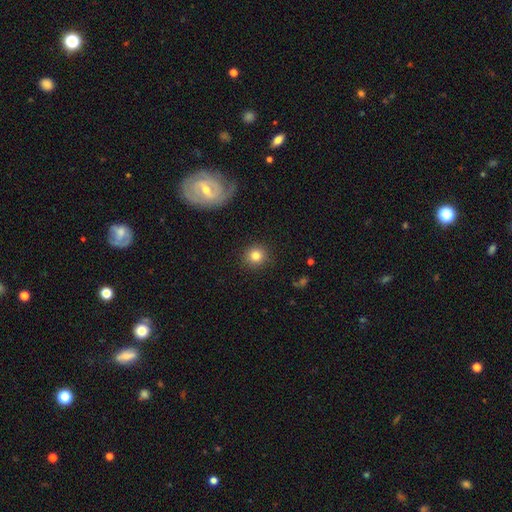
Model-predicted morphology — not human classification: A smooth galaxy with no disk features (82%) that is round (92%). Merging: none (91%).